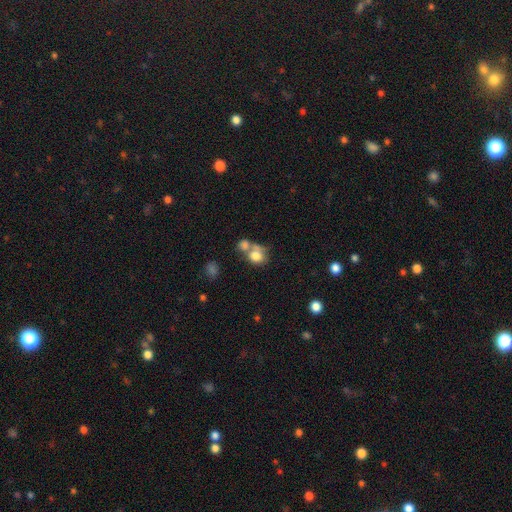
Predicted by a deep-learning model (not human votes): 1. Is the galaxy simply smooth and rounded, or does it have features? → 76% smooth, 15% featured or disk, 10% star or artifact.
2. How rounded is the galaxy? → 64% round, 34% in between, 1% cigar-shaped.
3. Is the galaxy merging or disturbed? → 55% merger, 29% none, 9% minor disturbance, 7% major disturbance.